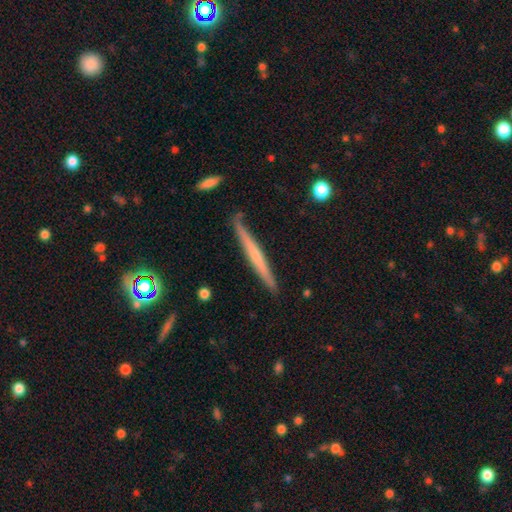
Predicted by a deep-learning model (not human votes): This is possibly a featured or disk galaxy (52%). It is clearly viewed edge-on (96%). Merging: clearly none (85%).